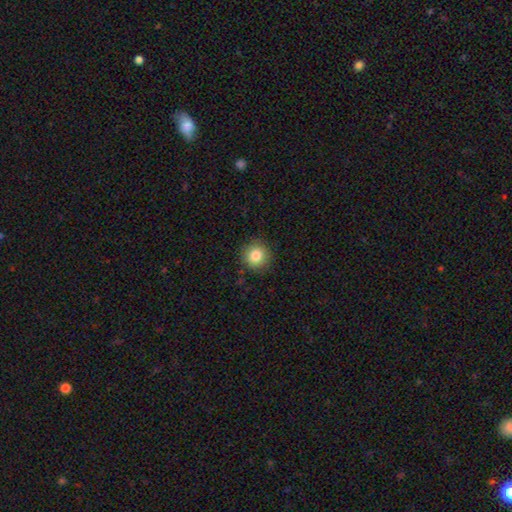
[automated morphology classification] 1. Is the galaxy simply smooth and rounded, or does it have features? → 83% smooth, 10% star or artifact, 7% featured or disk.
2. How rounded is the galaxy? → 92% round, 7% in between, 1% cigar-shaped.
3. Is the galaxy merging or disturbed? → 89% none, 8% minor disturbance, 2% major disturbance, 1% merger.